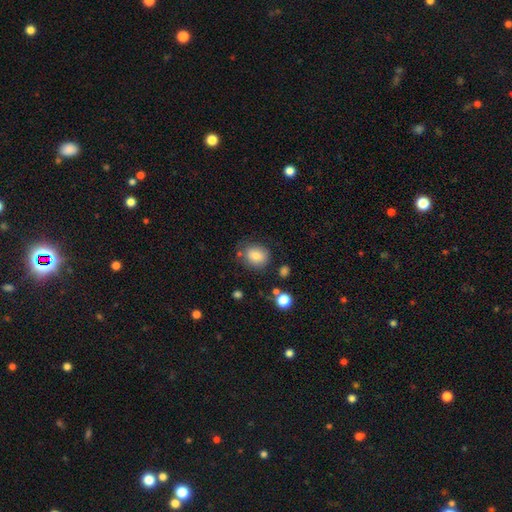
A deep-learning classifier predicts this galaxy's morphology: smooth-or-featured: smooth: 81% | star or artifact: 10% | featured or disk: 9%
  how-rounded: round: 65% | in between: 34% | cigar-shaped: 1%
  merging: none: 71% | minor disturbance: 17% | merger: 6% | major disturbance: 5%